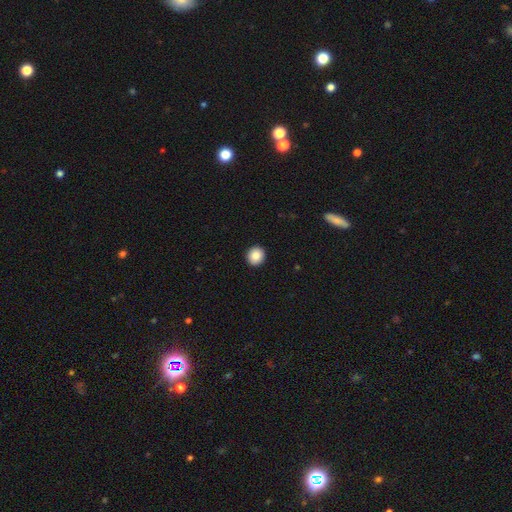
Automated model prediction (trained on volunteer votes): This is clearly a smooth galaxy (88%). How rounded: clearly round (88%). Merging: clearly none (93%).